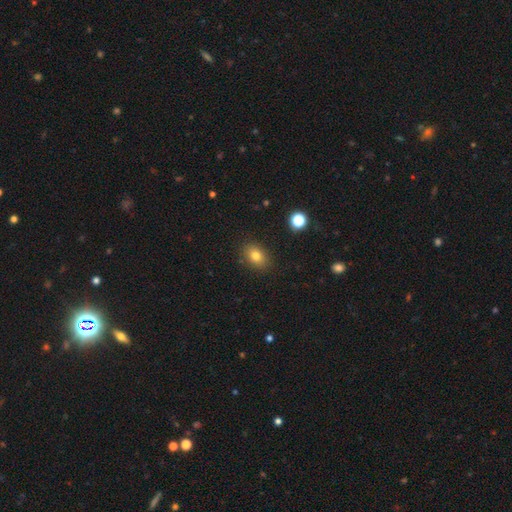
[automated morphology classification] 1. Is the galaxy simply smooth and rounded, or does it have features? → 79% smooth, 12% star or artifact, 9% featured or disk.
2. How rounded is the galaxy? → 73% in between, 26% round, 1% cigar-shaped.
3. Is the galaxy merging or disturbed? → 87% none, 9% minor disturbance, 3% major disturbance, 2% merger.